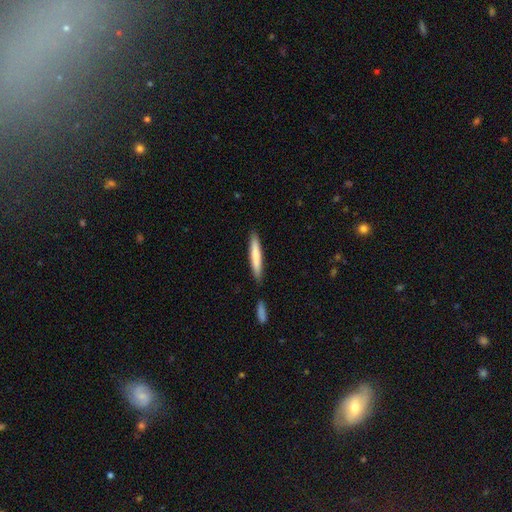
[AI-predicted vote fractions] This appears to be a smooth galaxy with no disk features (74%) that is cigar-shaped (93%). Merging: none (82%).